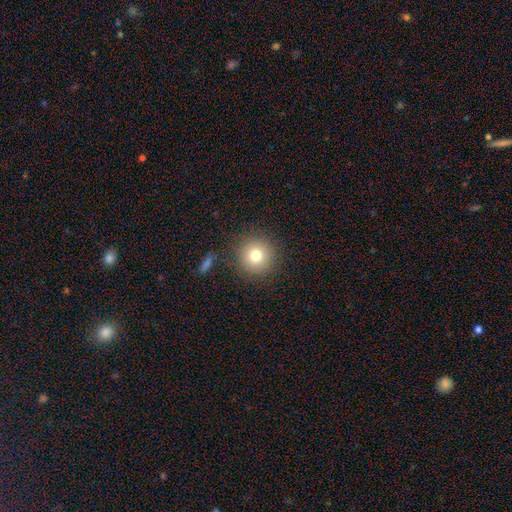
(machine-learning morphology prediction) smooth_or_featured: smooth (p=0.76) [alt: star or artifact p=0.13]
how_rounded: round (p=0.95) [alt: in between p=0.04]
merging: none (p=0.88) [alt: minor disturbance p=0.07]